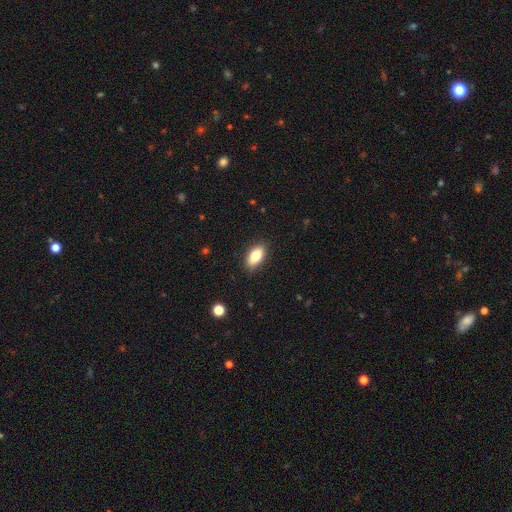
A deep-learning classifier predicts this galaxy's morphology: Overall: smooth (79%). How rounded: in between (89%). Merging: none (88%).